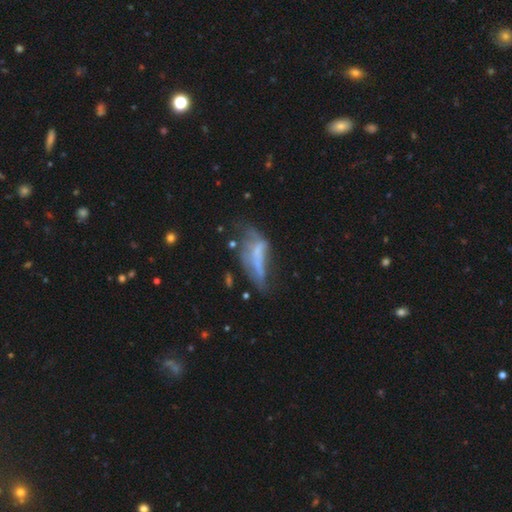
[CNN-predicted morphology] type=featured or disk (49%); merging=major disturbance (38%).